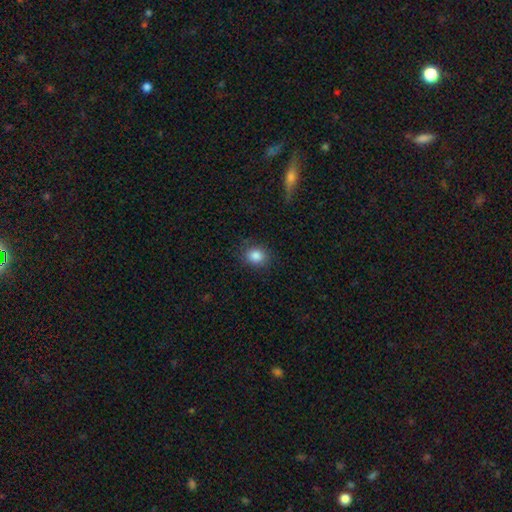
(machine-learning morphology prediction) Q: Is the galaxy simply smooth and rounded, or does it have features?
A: smooth — 85%.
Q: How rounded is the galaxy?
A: round — 72%.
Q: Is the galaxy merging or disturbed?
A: none — 84%.